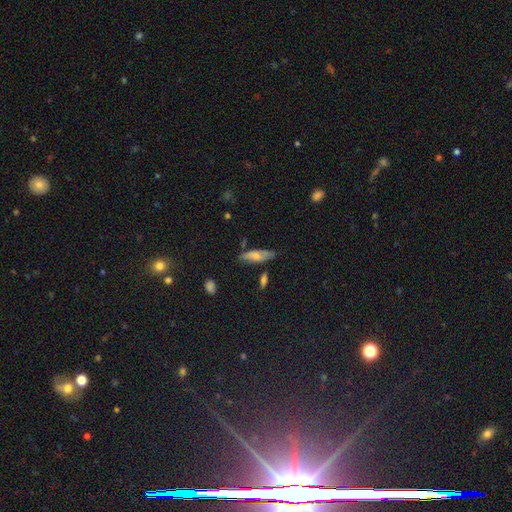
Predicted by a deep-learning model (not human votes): Smooth or featured: smooth — 57% (featured or disk — 36%)
How rounded: in between — 56% (cigar-shaped — 41%)
Merging: none — 68% (minor disturbance — 23%)